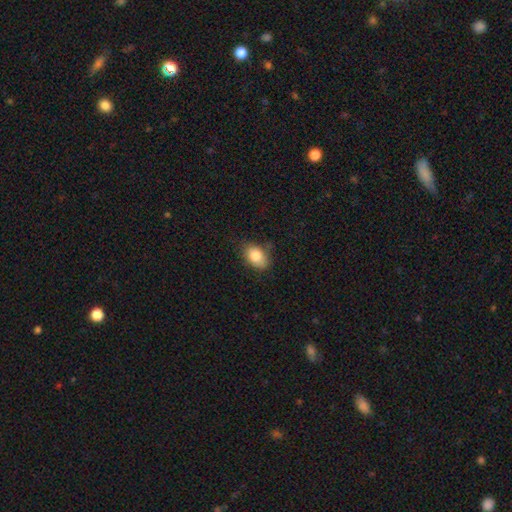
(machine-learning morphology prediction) Smooth or featured? smooth (83%)
How rounded? in between (84%)
Merging? none (73%)